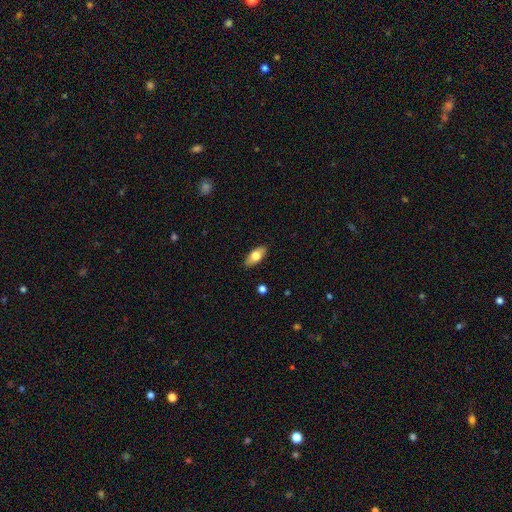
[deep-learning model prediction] A smooth galaxy with no disk features (73%) that is in between round and cigar-shaped (87%).

Vote fractions:
- Smooth or featured? smooth: 73% / featured or disk: 21% / star or artifact: 6%
- How rounded? in between: 87% / cigar-shaped: 9% / round: 3%
- Merging? none: 88% / minor disturbance: 9% / major disturbance: 2% / merger: 1%